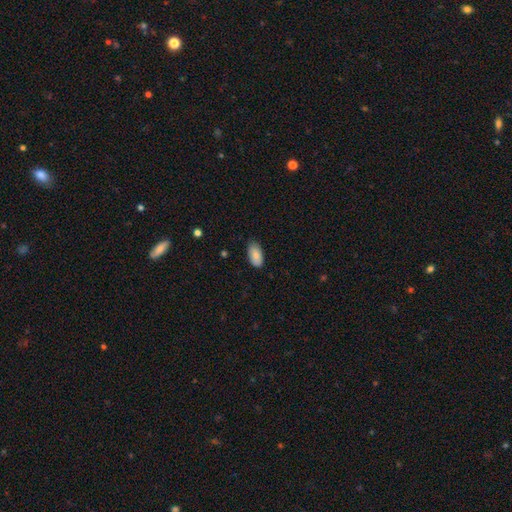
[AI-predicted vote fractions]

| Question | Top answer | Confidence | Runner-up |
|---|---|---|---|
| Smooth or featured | smooth | 83% | featured or disk (10%) |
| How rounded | in between | 95% | round (3%) |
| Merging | none | 78% | minor disturbance (19%) |